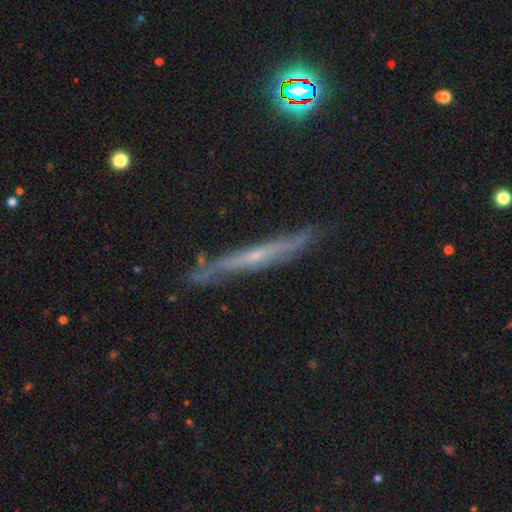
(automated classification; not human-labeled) The model was most divided on "edge-on bulge": none: 52%, rounded: 43%, boxy: 5%. More confident: edge-on disk — yes (87%); merging — none (76%); smooth or featured — featured or disk (69%).